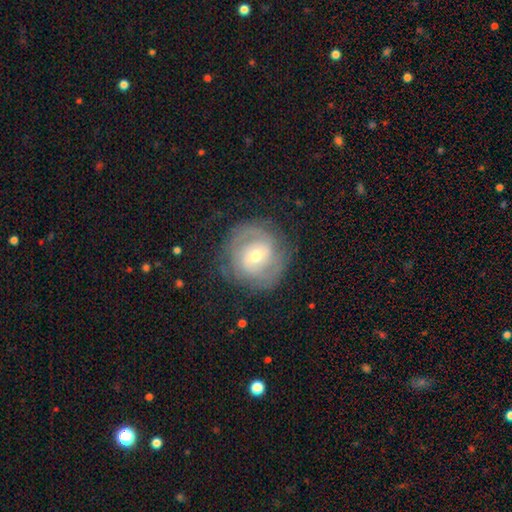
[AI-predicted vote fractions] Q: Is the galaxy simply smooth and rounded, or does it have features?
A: featured or disk — 75%.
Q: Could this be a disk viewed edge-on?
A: no — 97%.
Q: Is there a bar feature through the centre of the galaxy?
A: weak — 45%.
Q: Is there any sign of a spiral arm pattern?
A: yes — 86%.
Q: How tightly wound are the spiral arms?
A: tight — 59%.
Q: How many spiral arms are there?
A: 2 — 56%.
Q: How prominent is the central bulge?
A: moderate — 56%.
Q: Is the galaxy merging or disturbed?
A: none — 78%.